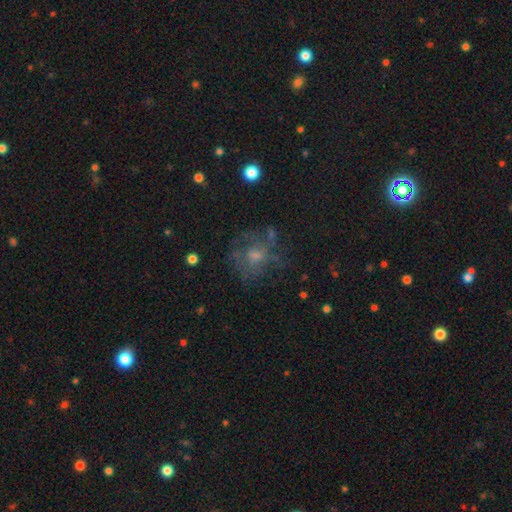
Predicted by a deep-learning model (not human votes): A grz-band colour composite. It shows a featured or disk galaxy (47%). Merging: none (59%).